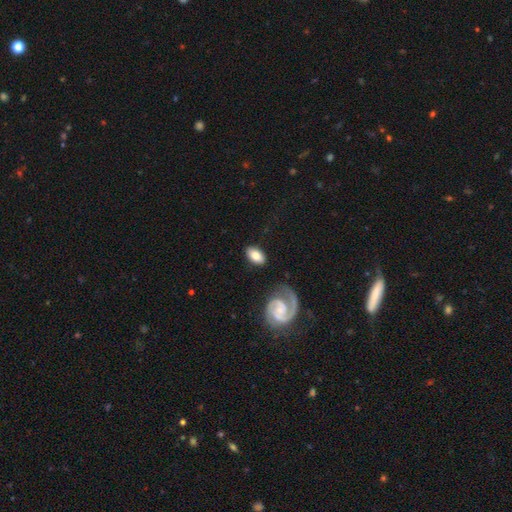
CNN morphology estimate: Smooth or featured? smooth (69%)
How rounded? in between (91%)
Merging? none (81%)